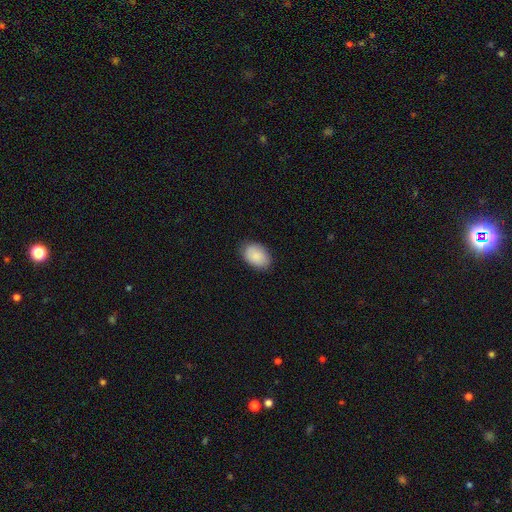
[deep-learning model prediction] Smooth or featured? smooth (89%)
How rounded? in between (88%)
Merging? none (86%)